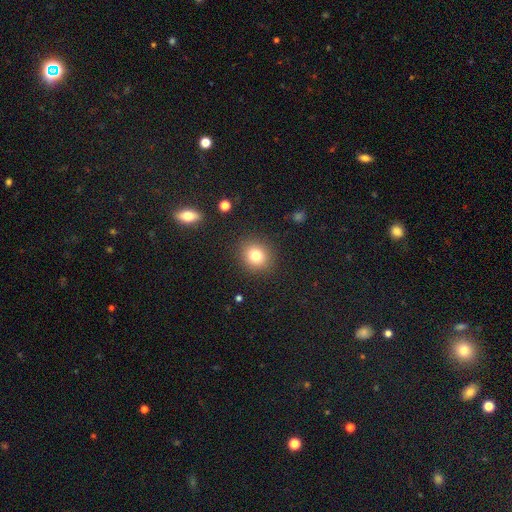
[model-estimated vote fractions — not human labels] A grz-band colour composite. It shows a smooth galaxy with no disk features (79%) that is round (82%). Merging: none (89%).